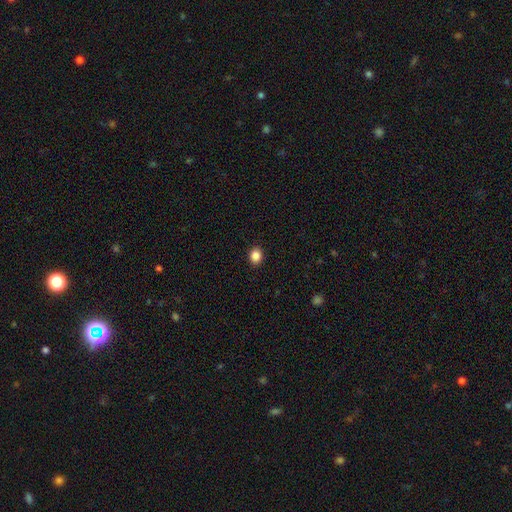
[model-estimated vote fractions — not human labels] Smooth or featured? Predicted: smooth (p=0.87). How rounded? Predicted: round (p=0.61). Merging? Predicted: none (p=0.92).